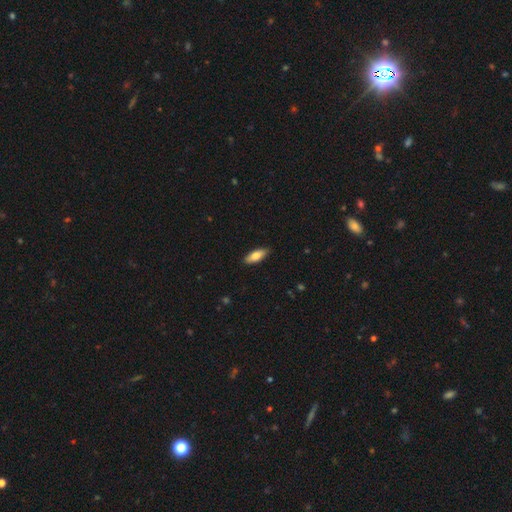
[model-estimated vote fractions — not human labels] Q: Smooth or featured?
A: smooth (76%); runner-up: featured or disk (18%)
Q: How rounded?
A: in between (72%); runner-up: cigar-shaped (26%)
Q: Merging?
A: none (88%); runner-up: minor disturbance (9%)